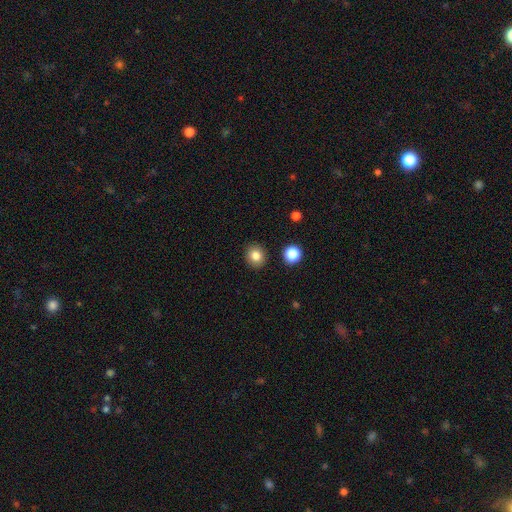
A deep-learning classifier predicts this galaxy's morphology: This is clearly a smooth galaxy (83%). How rounded: likely round (78%). Merging: clearly none (90%).